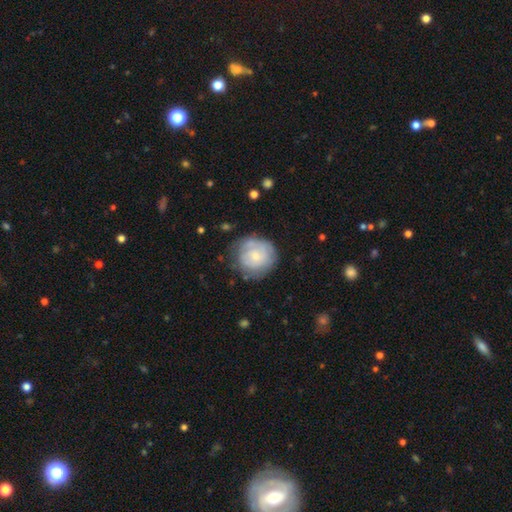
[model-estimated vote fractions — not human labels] smooth_or_featured: smooth (p=0.51) [alt: featured or disk p=0.42]
how_rounded: round (p=0.90) [alt: in between p=0.09]
merging: none (p=0.67) [alt: minor disturbance p=0.22]